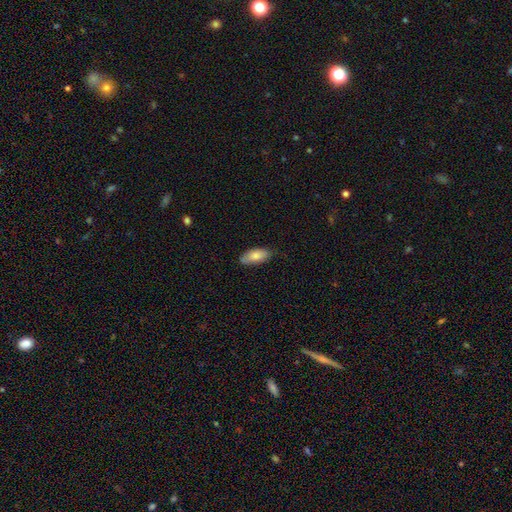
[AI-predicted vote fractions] The model was most divided on "merging": none: 73%, minor disturbance: 23%, major disturbance: 3%, merger: 1%. More confident: how rounded — in between (88%); smooth or featured — smooth (80%).